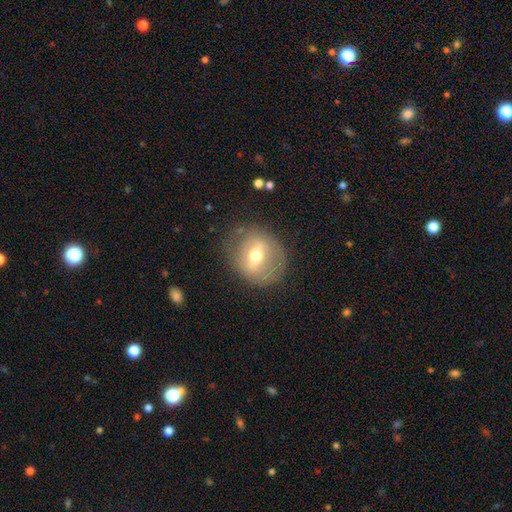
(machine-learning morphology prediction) Smooth or featured? Predicted: featured or disk (p=0.54). Edge-on disk? Predicted: no (p=0.90). Merging? Predicted: none (p=0.75).